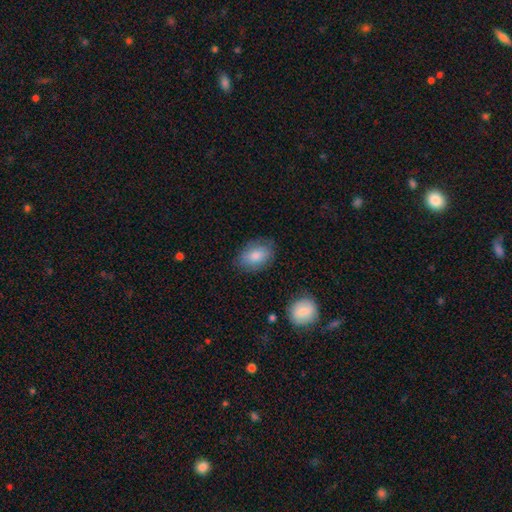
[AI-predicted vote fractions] A smooth galaxy with no disk features (80%) that is in between round and cigar-shaped (83%).

Vote fractions:
- Smooth or featured? smooth: 80% / featured or disk: 13% / star or artifact: 7%
- How rounded? in between: 83% / round: 16% / cigar-shaped: 1%
- Merging? none: 77% / minor disturbance: 18% / major disturbance: 4% / merger: 2%